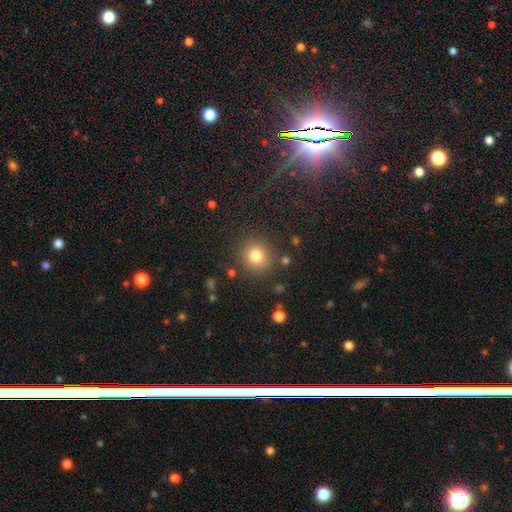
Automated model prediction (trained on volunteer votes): smooth_or_featured: smooth (p=0.80) [alt: star or artifact p=0.12]
how_rounded: round (p=0.90) [alt: in between p=0.09]
merging: none (p=0.85) [alt: minor disturbance p=0.08]